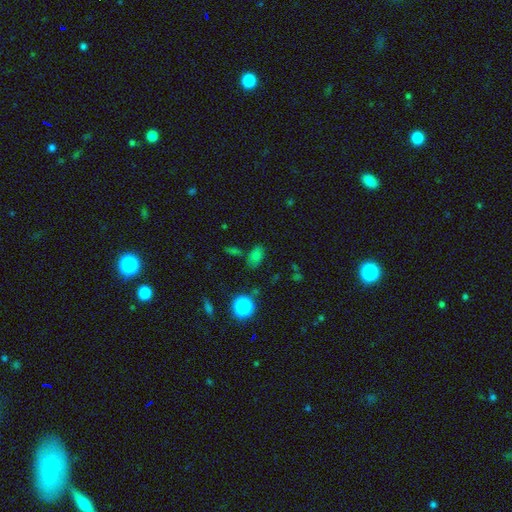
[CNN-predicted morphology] The model was most divided on "smooth or featured": smooth: 70%, star or artifact: 21%, featured or disk: 9%. More confident: how rounded — in between (81%); merging — none (71%).